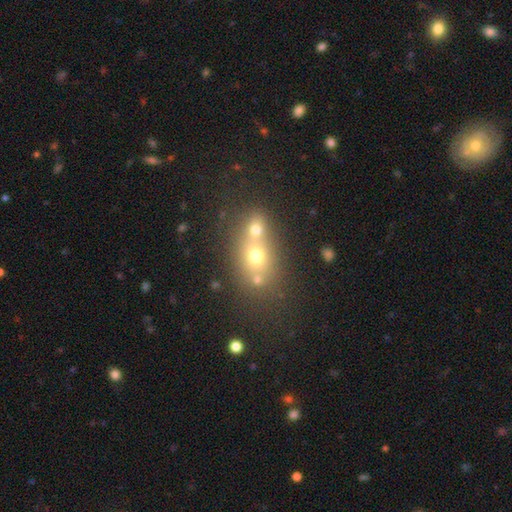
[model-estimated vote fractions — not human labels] Morphology: type=smooth (55%); roundness=round (56%); merging=merger (61%).